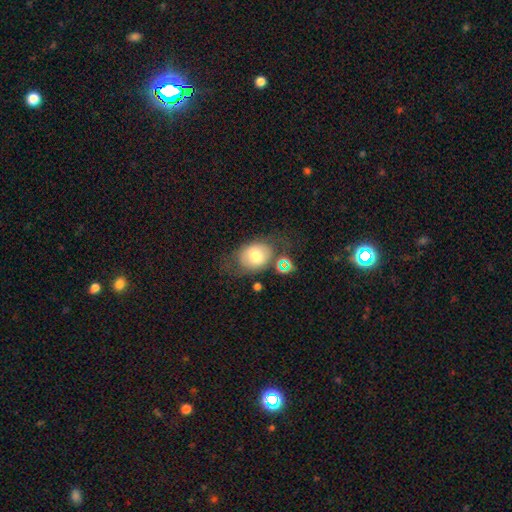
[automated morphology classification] Q: Smooth or featured?
A: smooth (66%); runner-up: featured or disk (23%)
Q: How rounded?
A: in between (56%); runner-up: round (43%)
Q: Merging?
A: none (54%); runner-up: minor disturbance (21%)